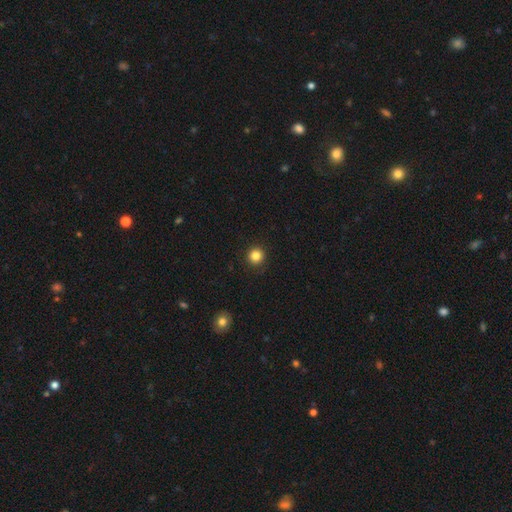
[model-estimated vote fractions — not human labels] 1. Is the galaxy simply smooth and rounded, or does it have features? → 84% smooth, 12% star or artifact, 4% featured or disk.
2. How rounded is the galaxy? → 94% round, 5% in between, 1% cigar-shaped.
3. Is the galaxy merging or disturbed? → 91% none, 6% minor disturbance, 2% major disturbance, 1% merger.